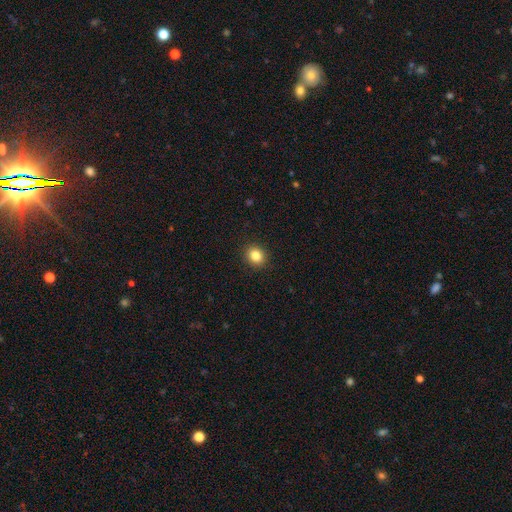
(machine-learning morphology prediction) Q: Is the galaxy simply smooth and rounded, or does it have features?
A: smooth — 84%.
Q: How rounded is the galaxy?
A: round — 76%.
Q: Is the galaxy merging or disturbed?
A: none — 92%.